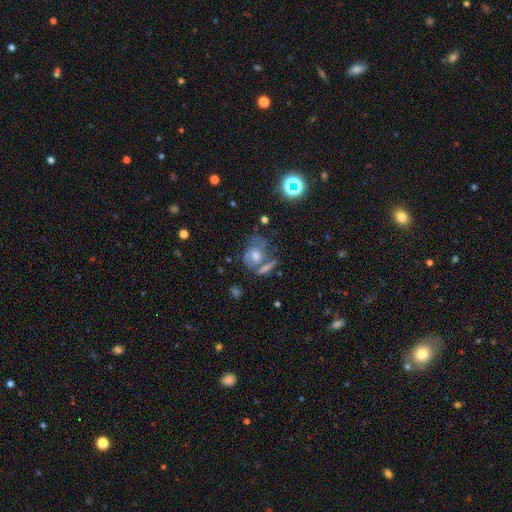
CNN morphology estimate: type=featured or disk (54%); edge-on=no (94%); bar=no (72%); spiral arms=yes (70%); bulge=moderate (61%); merging=none (40%).